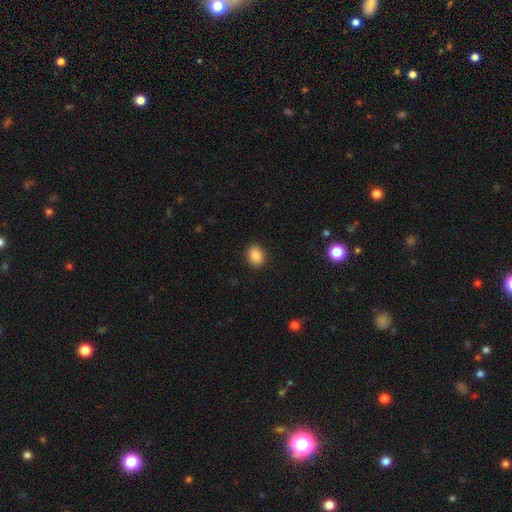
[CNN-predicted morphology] smooth 88%, star or artifact 9%, featured or disk 3%. Down the decision tree: how rounded — in between (52%); merging — none (90%).